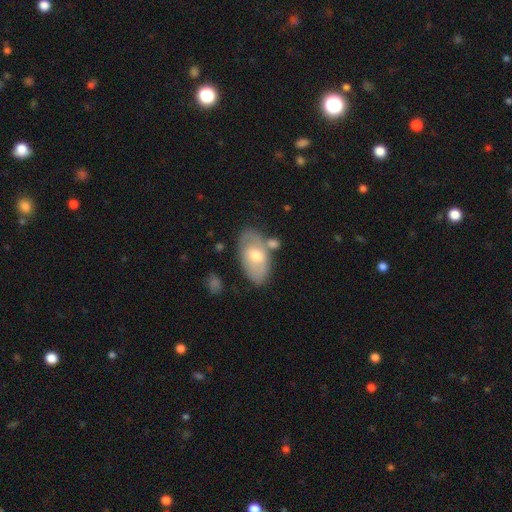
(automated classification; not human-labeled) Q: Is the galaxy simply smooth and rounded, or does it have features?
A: smooth — 52%.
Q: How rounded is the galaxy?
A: in between — 92%.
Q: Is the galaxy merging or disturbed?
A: none — 61%.